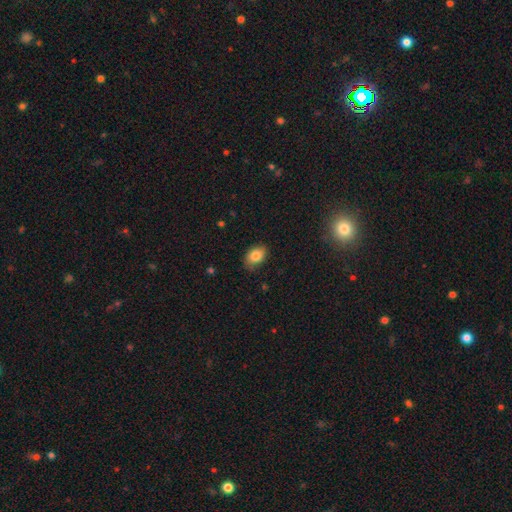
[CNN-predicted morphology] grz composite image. It shows a smooth galaxy with no disk features (83%) that is in between round and cigar-shaped (82%). Merging: none (79%).